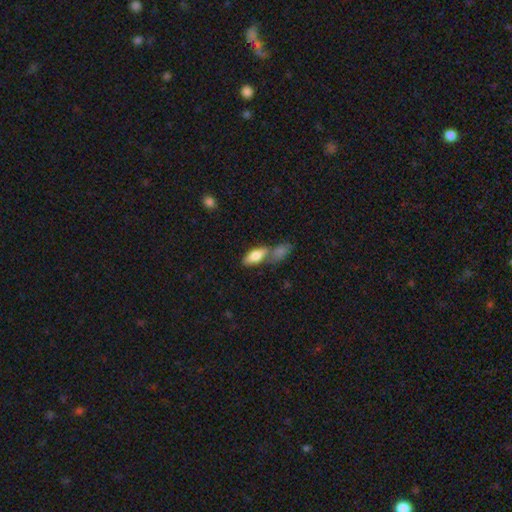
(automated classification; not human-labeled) Morphology: type=smooth (73%); roundness=in between (75%); merging=none (44%).